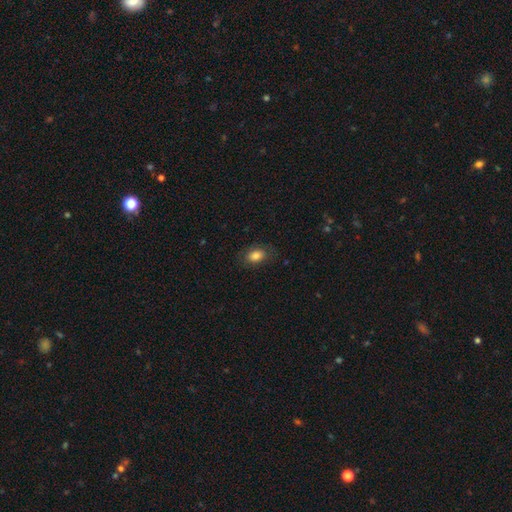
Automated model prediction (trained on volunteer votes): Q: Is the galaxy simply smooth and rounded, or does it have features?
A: smooth — 82%.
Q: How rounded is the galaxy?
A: in between — 83%.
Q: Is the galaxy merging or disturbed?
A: none — 78%.